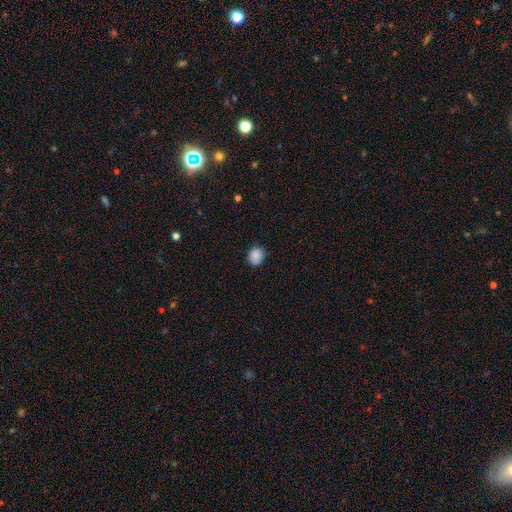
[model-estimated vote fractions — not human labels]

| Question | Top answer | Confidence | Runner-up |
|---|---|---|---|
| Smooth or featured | smooth | 87% | star or artifact (9%) |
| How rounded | round | 72% | in between (27%) |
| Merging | none | 83% | minor disturbance (13%) |